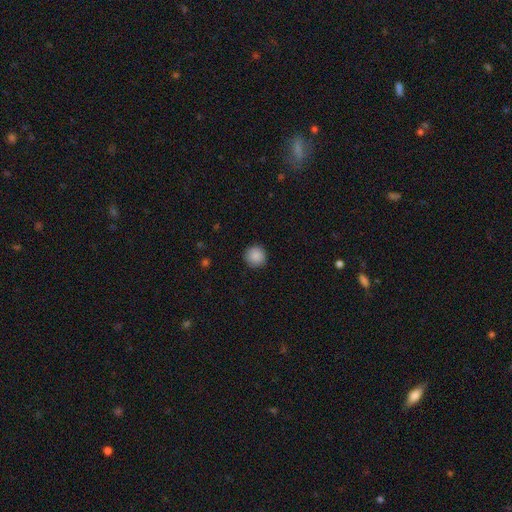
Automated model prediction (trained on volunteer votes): smooth 89%, star or artifact 8%, featured or disk 3%. Down the decision tree: how rounded — round (95%); merging — none (91%).